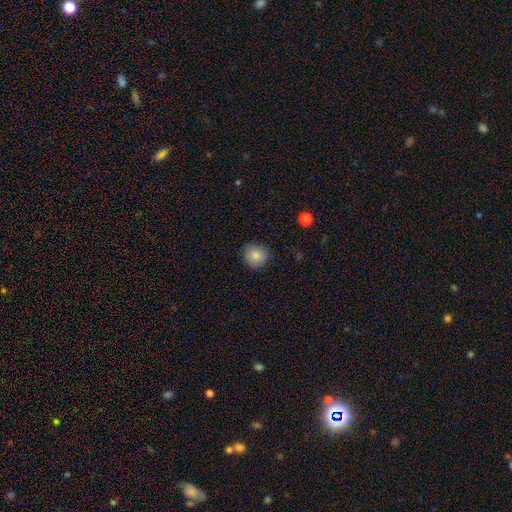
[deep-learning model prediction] Smooth or featured? smooth (85%)
How rounded? round (85%)
Merging? none (80%)